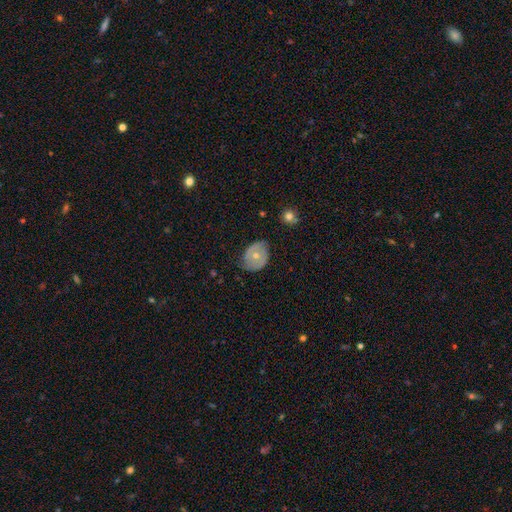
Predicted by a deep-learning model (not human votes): Morphology: type=featured or disk (47%); merging=none (58%).